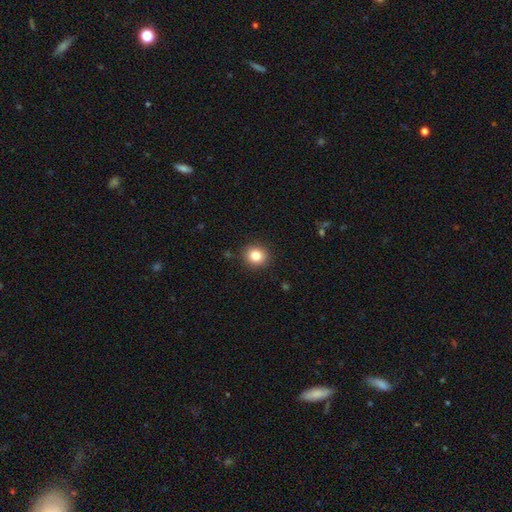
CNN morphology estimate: smooth-or-featured: smooth: 83% | star or artifact: 11% | featured or disk: 7%
  how-rounded: round: 82% | in between: 18% | cigar-shaped: 1%
  merging: none: 89% | minor disturbance: 7% | major disturbance: 2% | merger: 1%